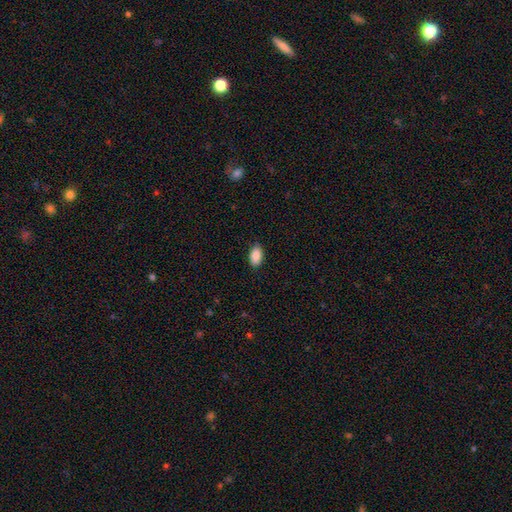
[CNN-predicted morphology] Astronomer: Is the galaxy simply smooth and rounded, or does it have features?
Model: smooth — 89%.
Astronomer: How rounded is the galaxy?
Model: in between — 94%.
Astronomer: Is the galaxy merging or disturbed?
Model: none — 86%.